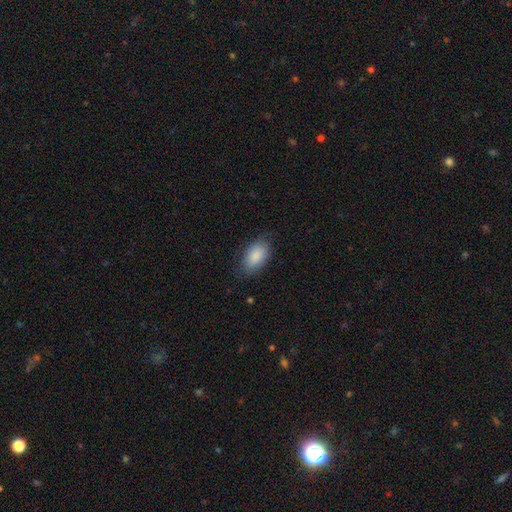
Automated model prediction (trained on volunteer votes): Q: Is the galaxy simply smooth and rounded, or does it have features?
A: smooth — 87%.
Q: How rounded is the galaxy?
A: in between — 93%.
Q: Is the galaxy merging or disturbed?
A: none — 77%.